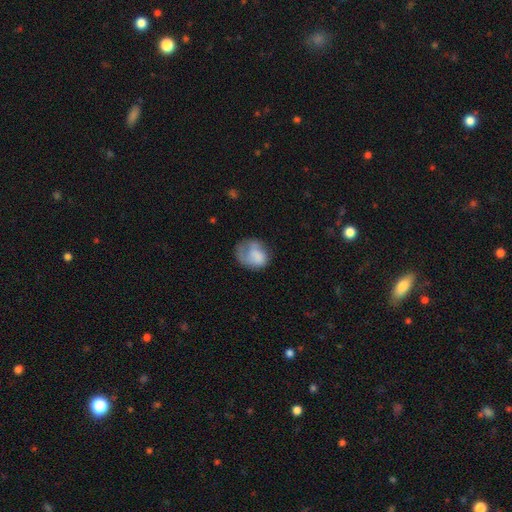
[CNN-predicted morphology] smooth 68%, featured or disk 24%, star or artifact 8%. Down the decision tree: how rounded — in between (50%); merging — none (35%).